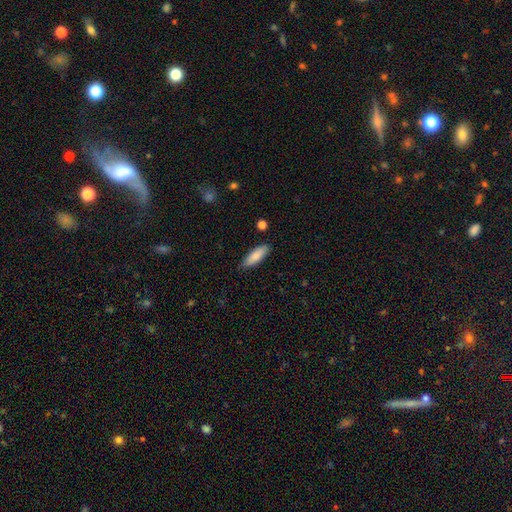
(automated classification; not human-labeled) This appears to be a smooth galaxy with no disk features (85%) that is in between round and cigar-shaped (55%). Merging: none (84%).